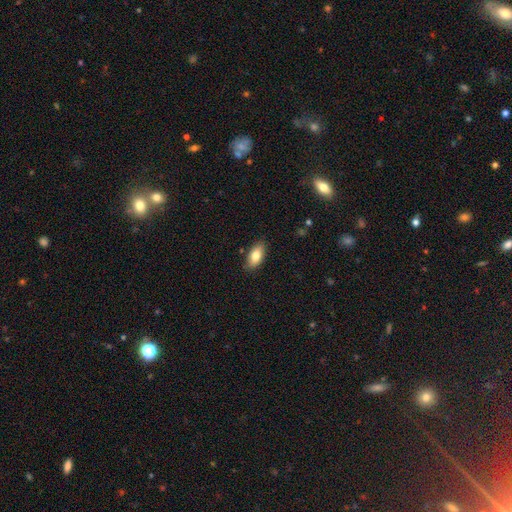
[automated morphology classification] Overall: smooth (81%). How rounded: in between (90%). Merging: none (85%).